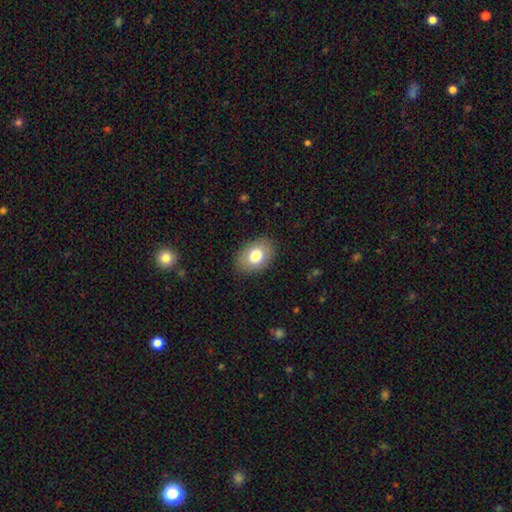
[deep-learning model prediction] smooth-or-featured: smooth: 78% | featured or disk: 15% | star or artifact: 8%
  how-rounded: in between: 78% | round: 21% | cigar-shaped: 1%
  merging: none: 86% | minor disturbance: 10% | major disturbance: 3% | merger: 1%